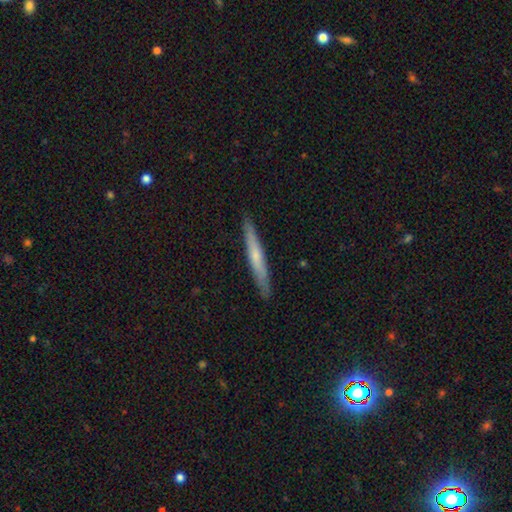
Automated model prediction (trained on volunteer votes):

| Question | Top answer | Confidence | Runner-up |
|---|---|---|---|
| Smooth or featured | smooth | 51% | featured or disk (43%) |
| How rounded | cigar-shaped | 96% | in between (3%) |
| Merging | none | 90% | minor disturbance (8%) |